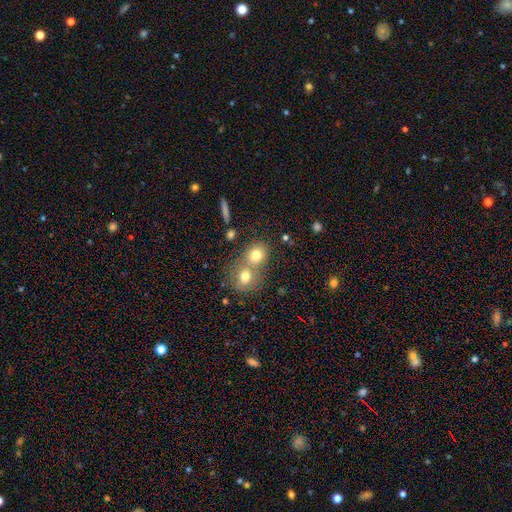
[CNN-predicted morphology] This appears to be a smooth galaxy with no disk features (76%) that is round (66%). Merging: merger (53%).